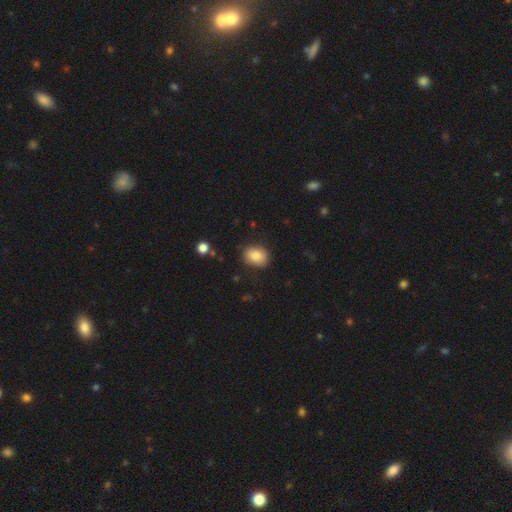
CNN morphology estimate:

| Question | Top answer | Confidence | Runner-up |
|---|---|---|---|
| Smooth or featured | smooth | 83% | featured or disk (9%) |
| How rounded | in between | 58% | round (42%) |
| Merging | none | 85% | minor disturbance (11%) |